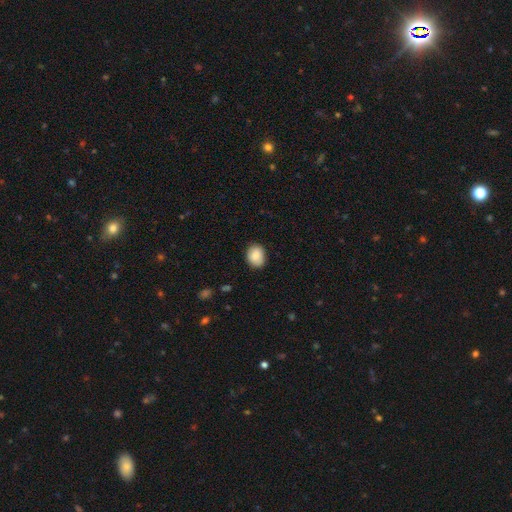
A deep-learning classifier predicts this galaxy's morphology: A smooth galaxy with no disk features (87%) that is in between round and cigar-shaped (59%). Merging: none (86%).